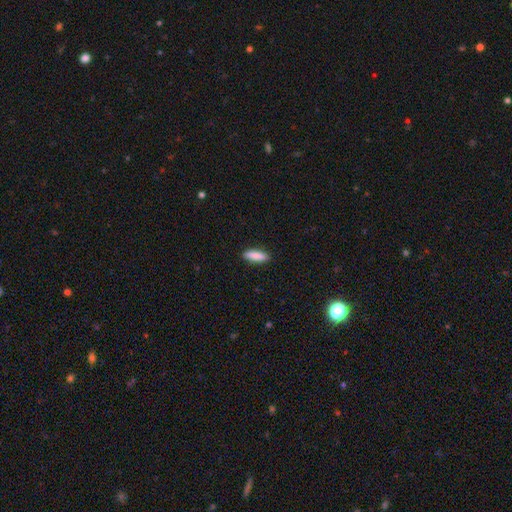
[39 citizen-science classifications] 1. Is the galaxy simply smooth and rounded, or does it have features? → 87% smooth, 8% featured or disk, 5% star or artifact.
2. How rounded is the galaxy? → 65% in between, 32% cigar-shaped, 3% round.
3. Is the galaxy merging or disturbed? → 95% none, 5% major disturbance, 0% minor disturbance, 0% merger.